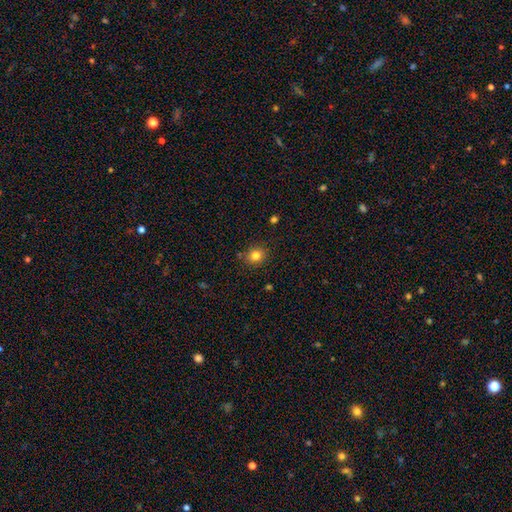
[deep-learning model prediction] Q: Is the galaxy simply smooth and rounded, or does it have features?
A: smooth — 81%.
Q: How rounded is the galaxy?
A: round — 78%.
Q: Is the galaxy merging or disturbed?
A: none — 85%.